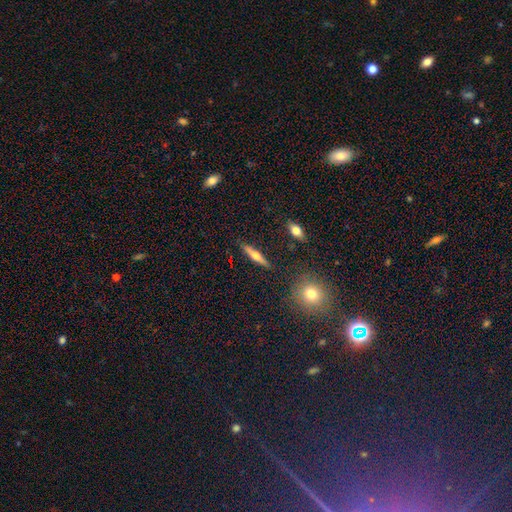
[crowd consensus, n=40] Volunteers were most divided on "smooth or featured": featured or disk: 72%, smooth: 25%, star or artifact: 2%. More confident: edge-on disk — yes (93%); edge-on bulge — rounded (93%); merging — none (87%).